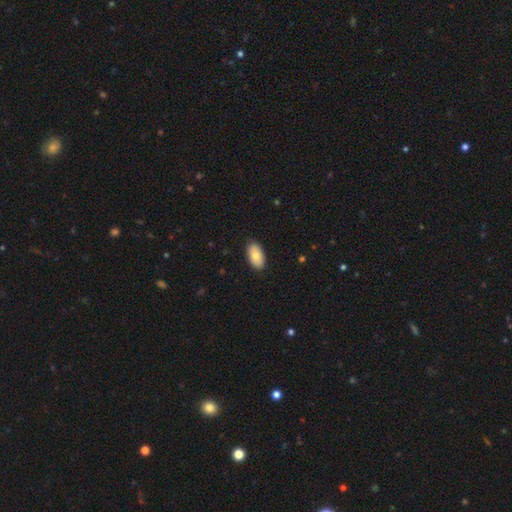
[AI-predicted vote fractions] A smooth galaxy with no disk features (78%) that is in between round and cigar-shaped (95%). Merging: none (89%).